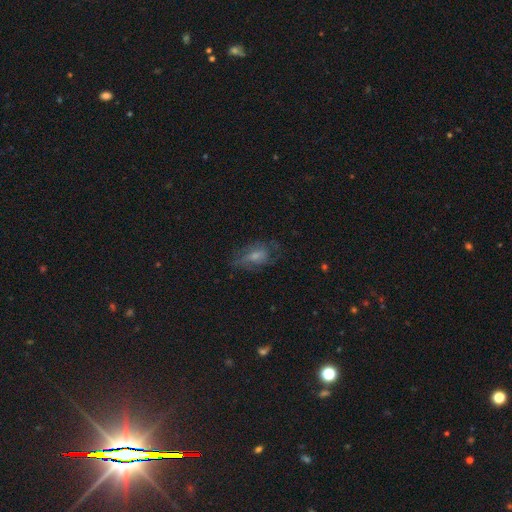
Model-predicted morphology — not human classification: A featured or disk galaxy (45%).

Vote fractions:
- Smooth or featured? featured or disk: 45% / smooth: 43% / star or artifact: 12%
- Merging? none: 52% / minor disturbance: 25% / major disturbance: 21% / merger: 2%